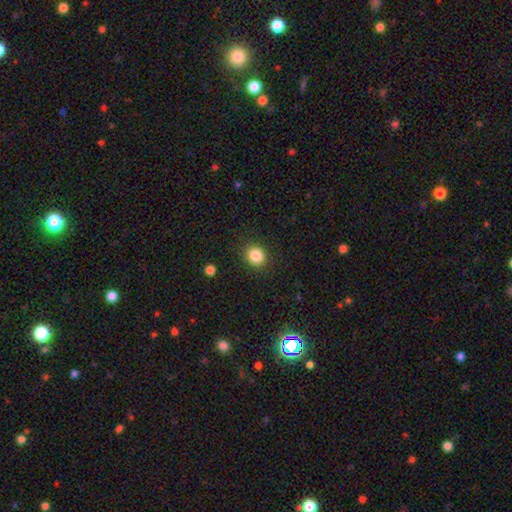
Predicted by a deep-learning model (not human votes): A smooth galaxy with no disk features (85%) that is round (77%). Merging: none (89%).